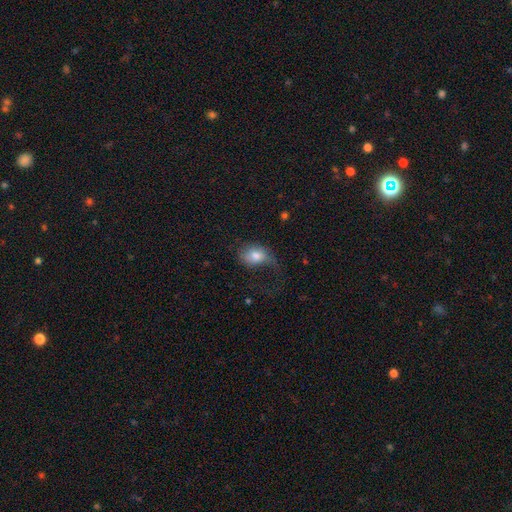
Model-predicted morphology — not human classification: Smooth or featured? smooth (76%)
How rounded? in between (74%)
Merging? major disturbance (40%)